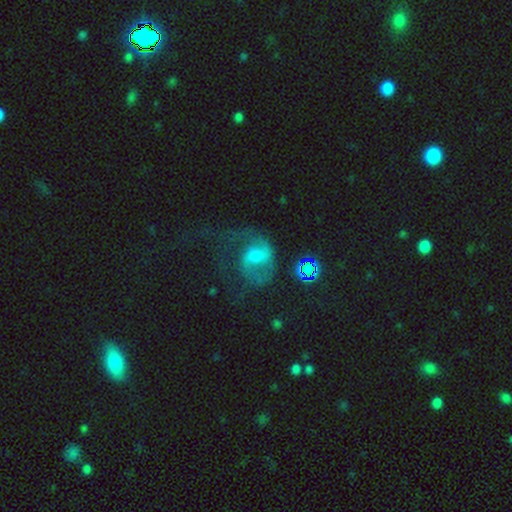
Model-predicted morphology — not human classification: Smooth or featured?
  - featured or disk: 72% *
  - smooth: 16%
  - star or artifact: 12%
Edge-on disk?
  - no: 97% *
  - yes: 3%
Bar?
  - weak: 48% *
  - no: 37%
  - strong: 16%
Spiral arms?
  - yes: 88% *
  - no: 12%
Spiral winding?
  - medium: 46% *
  - loose: 38%
  - tight: 17%
Spiral arm count?
  - 2: 61% *
  - 1: 23%
  - can't tell: 10%
  - 3: 3%
  - 4: 1%
  - more than 4: 1%
Bulge size?
  - moderate: 51% *
  - small: 41%
  - large: 4%
  - none: 3%
  - dominant: 1%
Merging?
  - none: 41% *
  - major disturbance: 37%
  - minor disturbance: 18%
  - merger: 4%